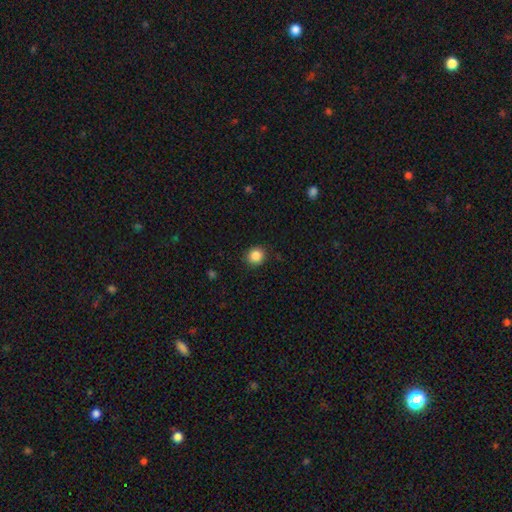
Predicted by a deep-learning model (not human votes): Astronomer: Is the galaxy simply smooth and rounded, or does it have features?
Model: smooth — 86%.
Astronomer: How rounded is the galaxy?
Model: round — 86%.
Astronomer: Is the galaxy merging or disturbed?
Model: none — 90%.